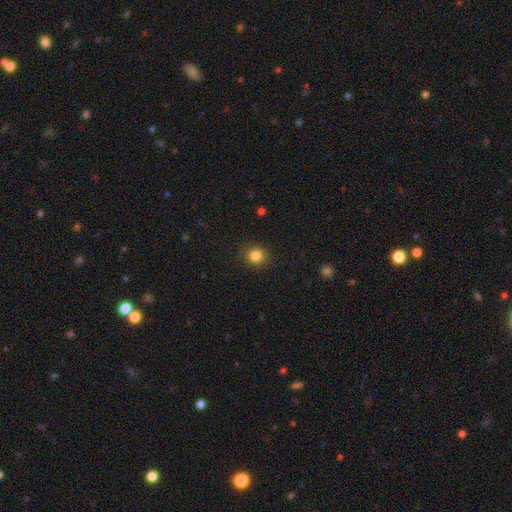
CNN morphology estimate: This is clearly a smooth galaxy (84%). How rounded: clearly round (87%). Merging: clearly none (90%).